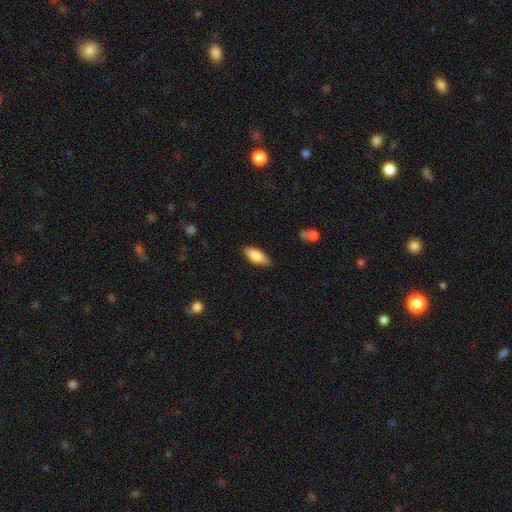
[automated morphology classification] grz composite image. It shows a smooth galaxy with no disk features (84%) that is in between round and cigar-shaped (77%). Merging: none (85%).